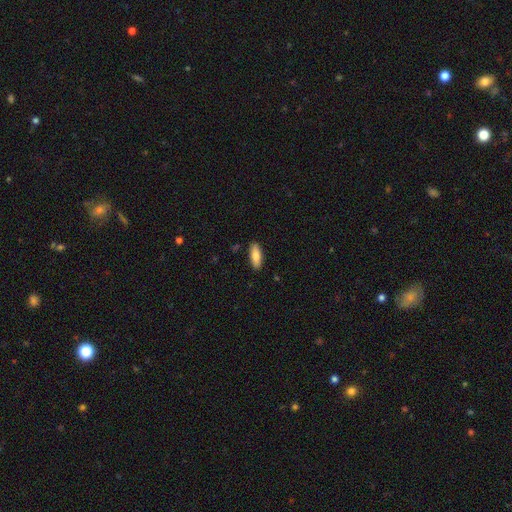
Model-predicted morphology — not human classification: A smooth galaxy with no disk features (80%) that is in between round and cigar-shaped (66%).

Vote fractions:
- Smooth or featured? smooth: 80% / featured or disk: 14% / star or artifact: 6%
- How rounded? in between: 66% / cigar-shaped: 32% / round: 2%
- Merging? none: 89% / minor disturbance: 8% / major disturbance: 2% / merger: 1%